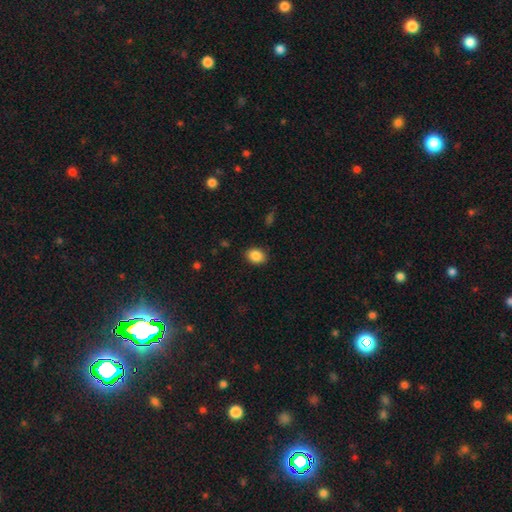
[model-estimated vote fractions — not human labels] Morphology: type=smooth (87%); roundness=in between (60%); merging=none (88%).